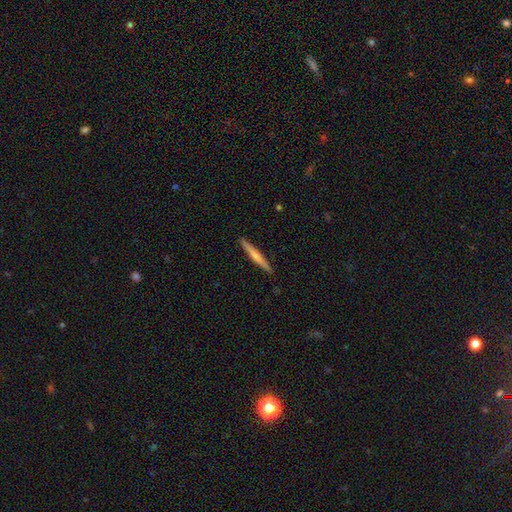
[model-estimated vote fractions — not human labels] This appears to be a smooth galaxy with no disk features (53%) that is cigar-shaped (96%). Merging: none (91%).